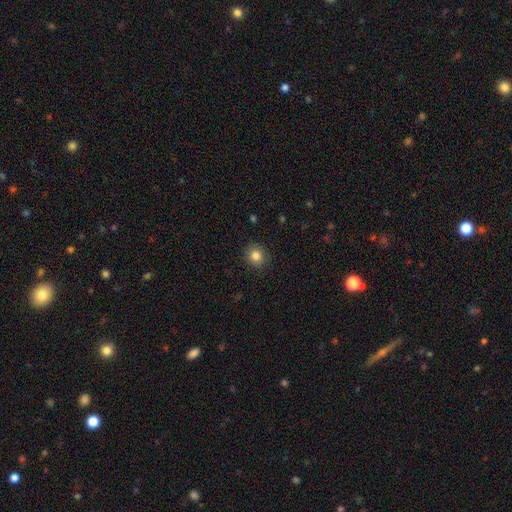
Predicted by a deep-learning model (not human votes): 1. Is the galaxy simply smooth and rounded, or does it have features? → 83% smooth, 11% star or artifact, 6% featured or disk.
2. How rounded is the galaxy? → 86% round, 13% in between, 1% cigar-shaped.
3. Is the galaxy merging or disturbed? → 90% none, 7% minor disturbance, 2% major disturbance, 1% merger.